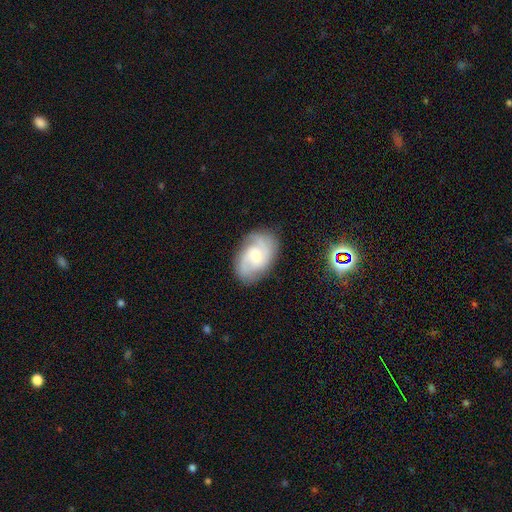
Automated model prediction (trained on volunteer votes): Overall: featured or disk (75%). Edge-on disk: no (97%). Bar: no (54%; weak 40%). Spiral arms: yes (95%). Spiral arm count: 2 (49%; 3 22%). Spiral winding: medium (49%; tight 34%). Bulge size: small (50%; moderate 44%). Merging: none (79%).